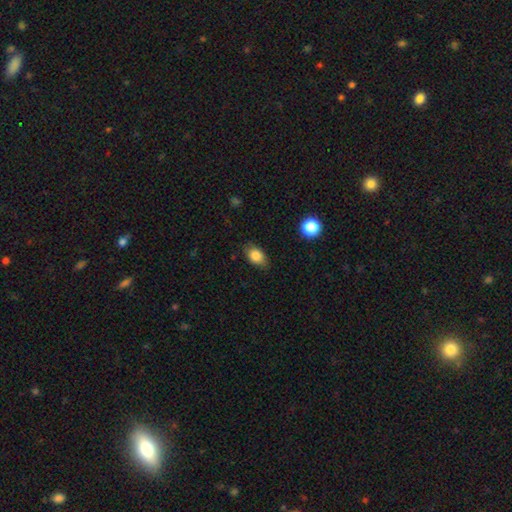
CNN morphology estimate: Smooth or featured?
  - smooth: 84% *
  - star or artifact: 9%
  - featured or disk: 8%
How rounded?
  - in between: 79% *
  - round: 19%
  - cigar-shaped: 2%
Merging?
  - none: 77% *
  - minor disturbance: 19%
  - major disturbance: 3%
  - merger: 1%